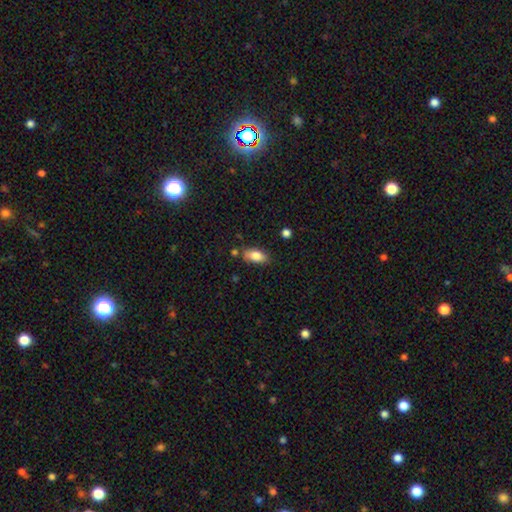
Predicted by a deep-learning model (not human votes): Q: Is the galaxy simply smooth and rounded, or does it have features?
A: smooth — 82%.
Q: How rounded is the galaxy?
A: in between — 88%.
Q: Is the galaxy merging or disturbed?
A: none — 76%.